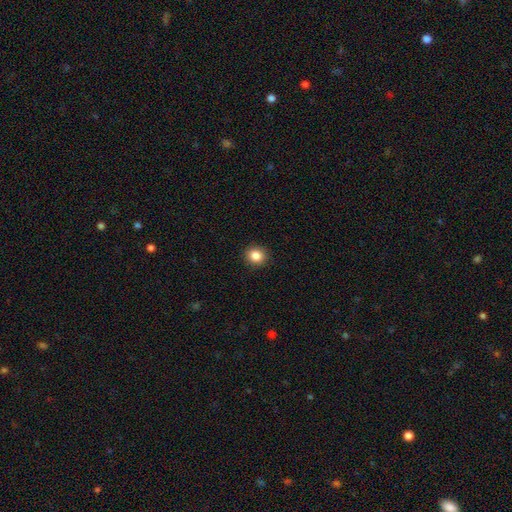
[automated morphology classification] Q: Smooth or featured?
A: smooth (85%); runner-up: star or artifact (10%)
Q: How rounded?
A: round (81%); runner-up: in between (18%)
Q: Merging?
A: none (91%); runner-up: minor disturbance (6%)